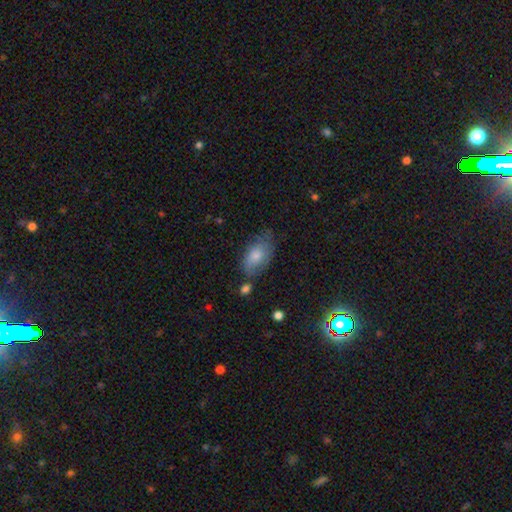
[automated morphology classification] A smooth galaxy with no disk features (67%) that is in between round and cigar-shaped (90%). Merging: none (60%).